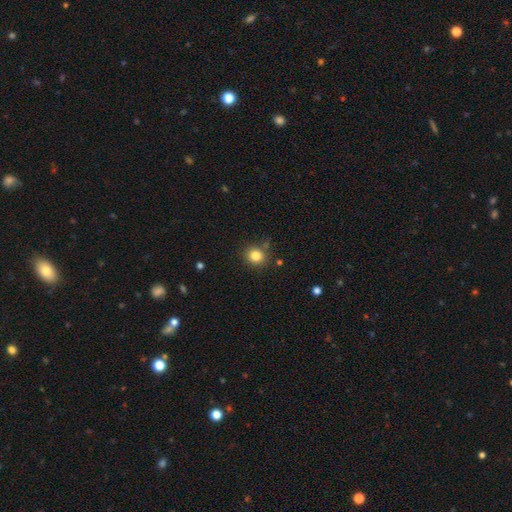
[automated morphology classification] This is clearly a smooth galaxy (83%). How rounded: clearly round (85%). Merging: clearly none (81%).